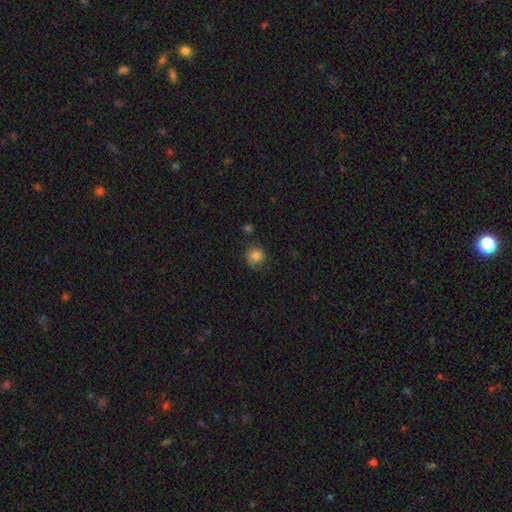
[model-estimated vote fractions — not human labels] Overall: smooth (81%). How rounded: round (86%). Merging: none (68%).